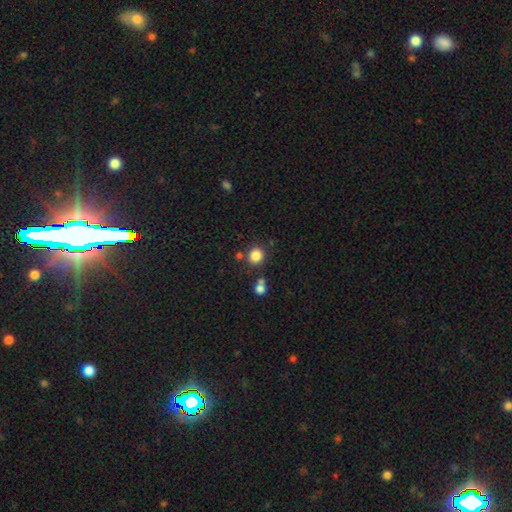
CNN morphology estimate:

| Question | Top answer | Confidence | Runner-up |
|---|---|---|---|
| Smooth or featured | smooth | 84% | star or artifact (12%) |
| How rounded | round | 89% | in between (10%) |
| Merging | none | 80% | merger (9%) |